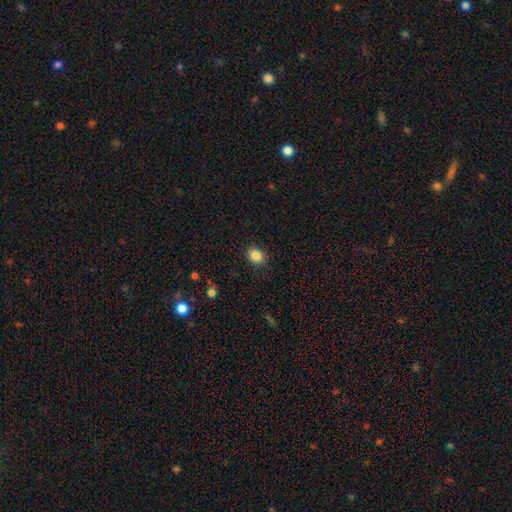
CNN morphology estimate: The model was most divided on "how rounded": round: 61%, in between: 38%, cigar-shaped: 1%. More confident: merging — none (87%); smooth or featured — smooth (85%).